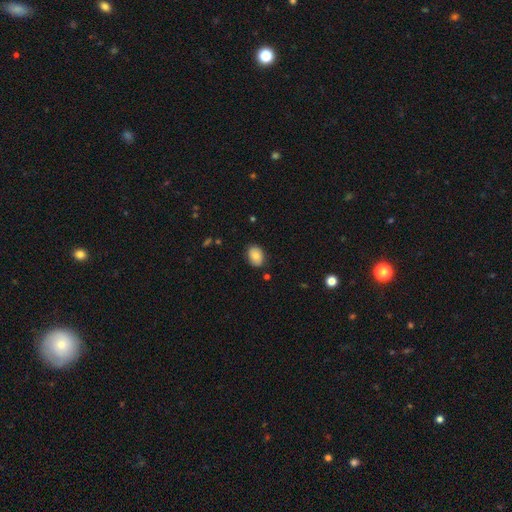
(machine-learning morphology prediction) smooth_or_featured: smooth (p=0.79) [alt: featured or disk p=0.13]
how_rounded: in between (p=0.77) [alt: round p=0.22]
merging: none (p=0.83) [alt: minor disturbance p=0.13]